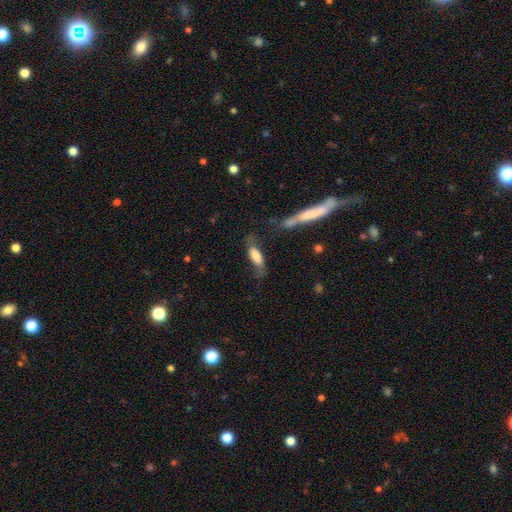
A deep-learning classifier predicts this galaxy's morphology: smooth-or-featured: smooth: 62% | featured or disk: 31% | star or artifact: 8%
  how-rounded: in between: 59% | cigar-shaped: 39% | round: 3%
  merging: none: 45% | minor disturbance: 24% | major disturbance: 21% | merger: 10%